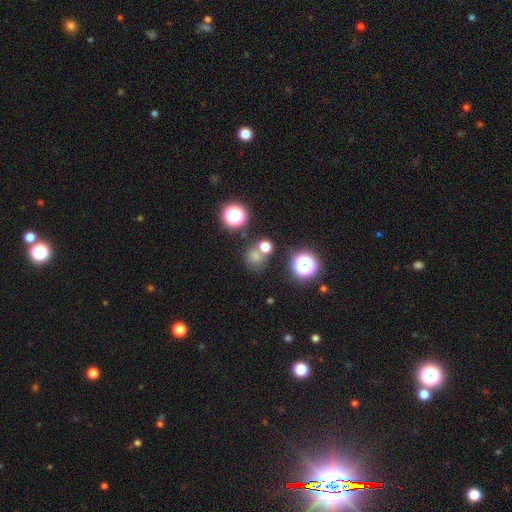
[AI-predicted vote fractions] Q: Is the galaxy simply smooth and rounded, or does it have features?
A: smooth — 66%.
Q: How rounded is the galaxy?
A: round — 79%.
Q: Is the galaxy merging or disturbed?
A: none — 59%.